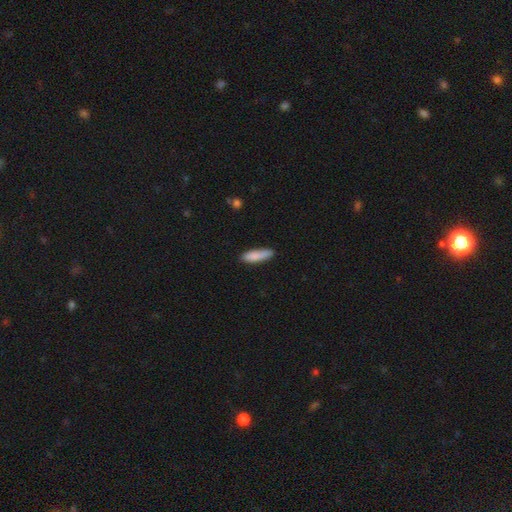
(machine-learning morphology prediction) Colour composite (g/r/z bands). It shows a smooth galaxy with no disk features (86%) that is cigar-shaped (60%). Merging: none (77%).